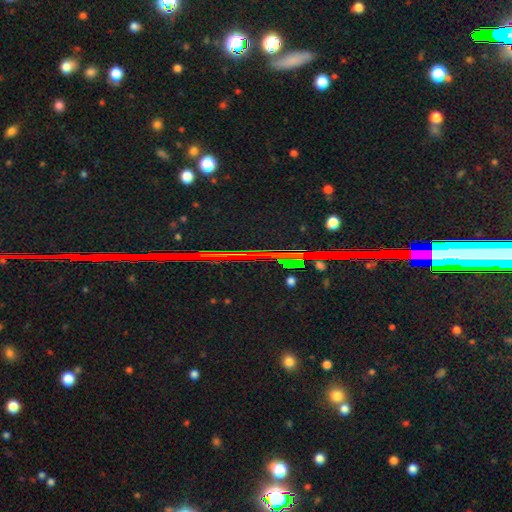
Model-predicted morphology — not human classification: smooth-or-featured: star or artifact: 80% | smooth: 10% | featured or disk: 10%